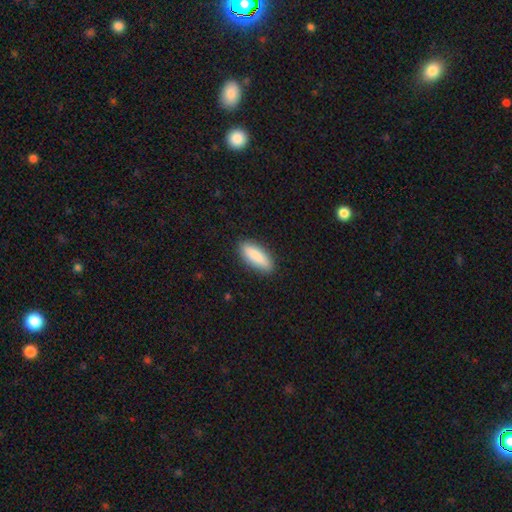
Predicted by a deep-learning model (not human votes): A smooth galaxy with no disk features (86%) that is in between round and cigar-shaped (54%). Merging: none (88%).